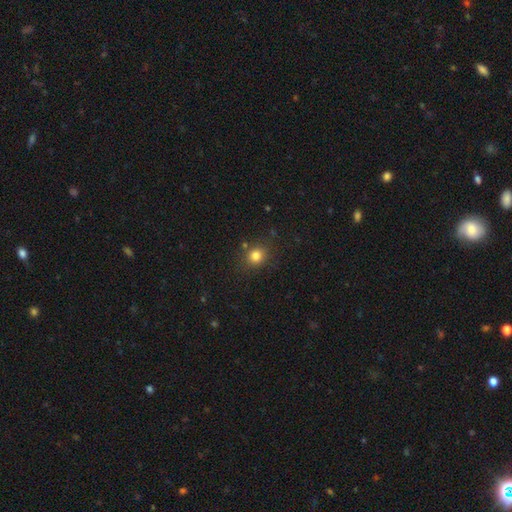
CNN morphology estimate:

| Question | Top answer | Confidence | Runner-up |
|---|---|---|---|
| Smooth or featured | smooth | 80% | star or artifact (14%) |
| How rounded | round | 79% | in between (20%) |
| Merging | none | 82% | minor disturbance (10%) |